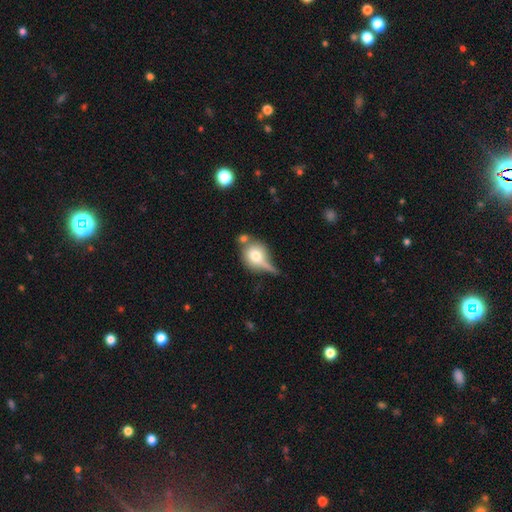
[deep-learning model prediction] A smooth galaxy with no disk features (64%) that is round (68%). Merging: none (38%).